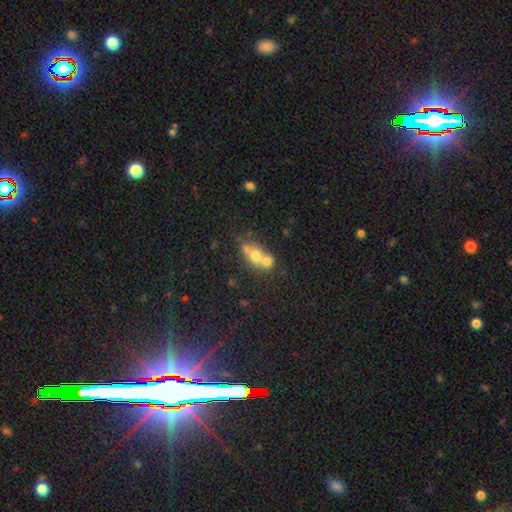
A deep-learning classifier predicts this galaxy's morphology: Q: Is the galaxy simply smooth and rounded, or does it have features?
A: smooth — 60%.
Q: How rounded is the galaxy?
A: round — 57%.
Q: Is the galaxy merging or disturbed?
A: merger — 63%.